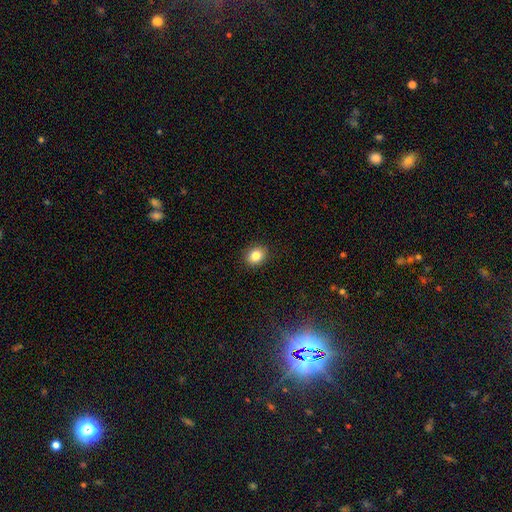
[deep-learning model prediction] Smooth or featured?
  - smooth: 84% *
  - star or artifact: 10%
  - featured or disk: 6%
How rounded?
  - round: 62% *
  - in between: 37%
  - cigar-shaped: 1%
Merging?
  - none: 90% *
  - minor disturbance: 7%
  - major disturbance: 2%
  - merger: 1%